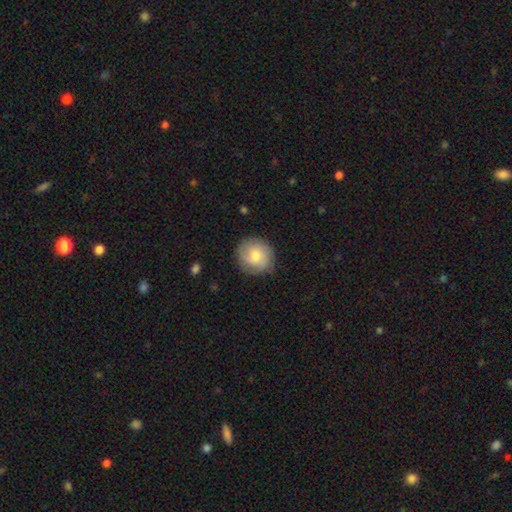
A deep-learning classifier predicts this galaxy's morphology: Smooth or featured? smooth (50%)
How rounded? round (88%)
Merging? none (82%)